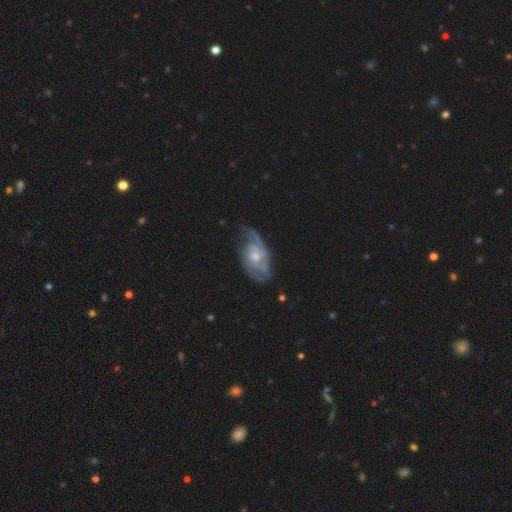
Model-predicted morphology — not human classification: This is clearly a featured or disk galaxy (80%). It is clearly not viewed edge-on (95%). Bar: likely no (72%). Spiral arm pattern: clearly yes (89%). Spiral arm count: possibly 2 (49%). Spiral winding: marginally tight (40%). Central bulge: possibly moderate (51%). Merging: possibly none (55%).